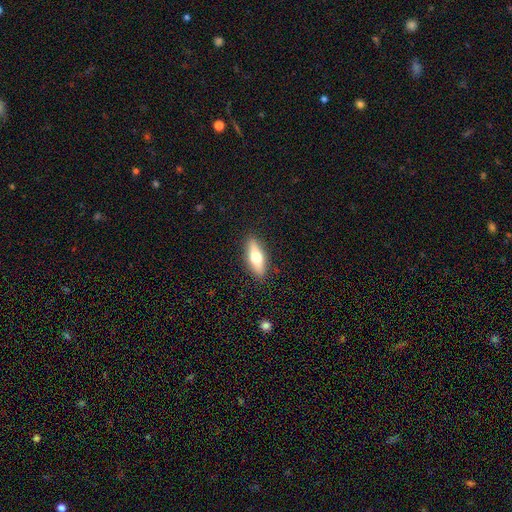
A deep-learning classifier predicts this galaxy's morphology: Smooth or featured? Predicted: smooth (p=0.54). How rounded? Predicted: in between (p=0.51). Merging? Predicted: none (p=0.89).